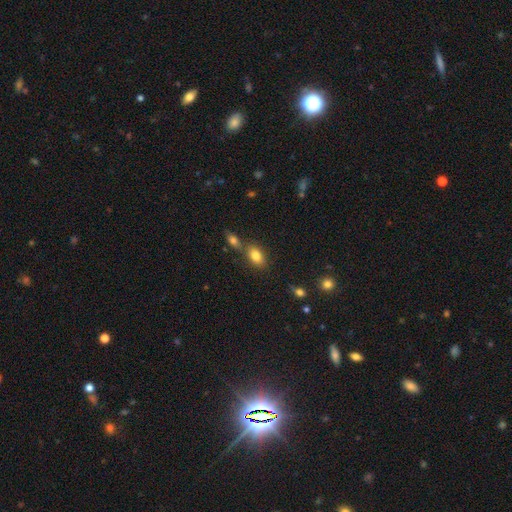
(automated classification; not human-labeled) A smooth galaxy with no disk features (82%) that is in between round and cigar-shaped (87%).

Vote fractions:
- Smooth or featured? smooth: 82% / featured or disk: 9% / star or artifact: 9%
- How rounded? in between: 87% / round: 10% / cigar-shaped: 3%
- Merging? none: 58% / merger: 27% / minor disturbance: 11% / major disturbance: 3%